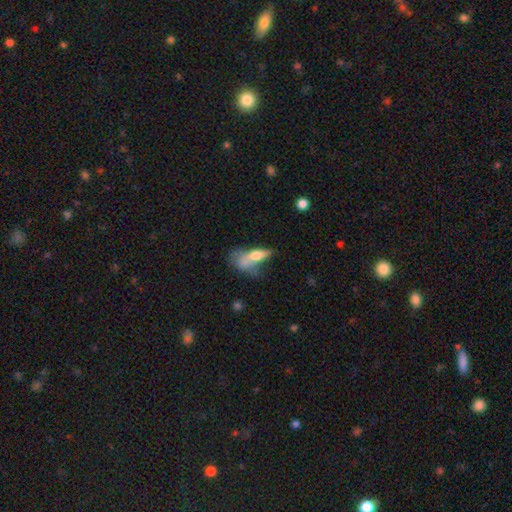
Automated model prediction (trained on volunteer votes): This appears to be a smooth galaxy with no disk features (59%) that is in between round and cigar-shaped (67%). Merging: merger (35%).